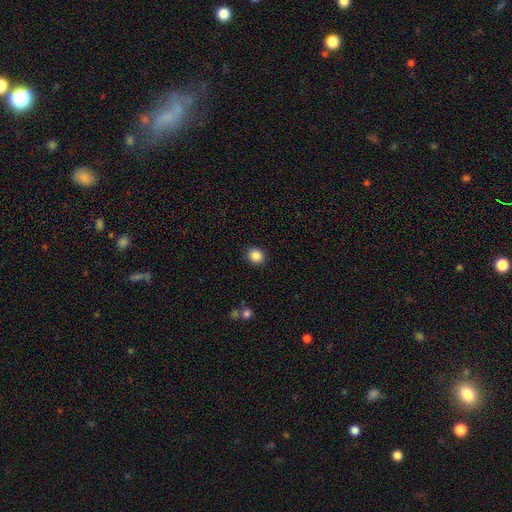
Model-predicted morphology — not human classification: Smooth or featured? Predicted: smooth (p=0.87). How rounded? Predicted: round (p=0.75). Merging? Predicted: none (p=0.91).